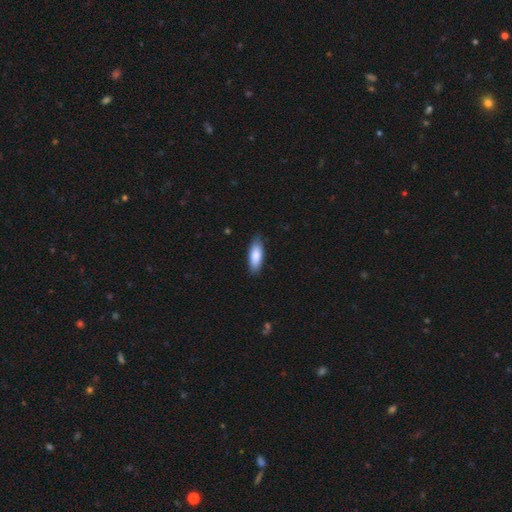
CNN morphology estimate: A smooth galaxy with no disk features (84%) that is in between round and cigar-shaped (68%). Merging: none (84%).